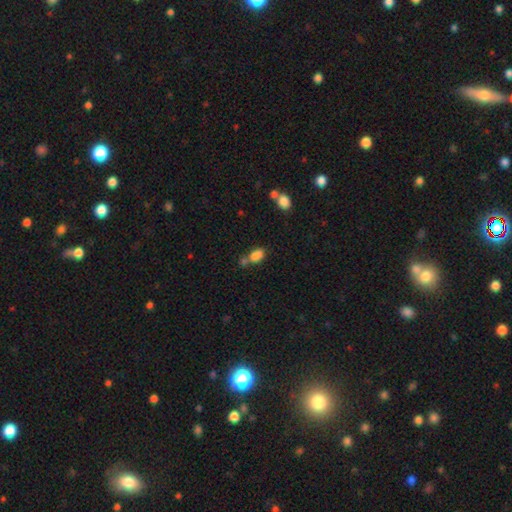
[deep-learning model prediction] Smooth or featured? Predicted: smooth (p=0.79). How rounded? Predicted: in between (p=0.82). Merging? Predicted: merger (p=0.41).